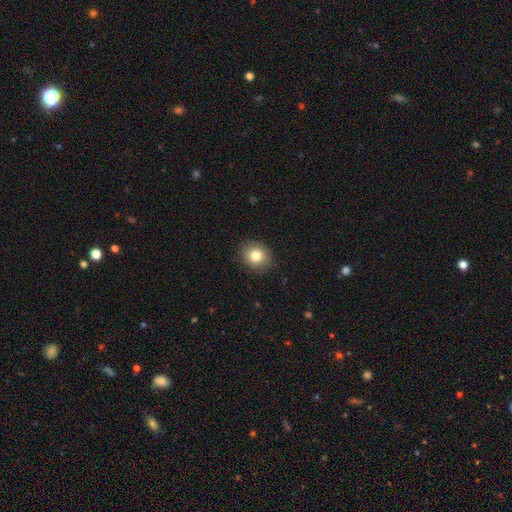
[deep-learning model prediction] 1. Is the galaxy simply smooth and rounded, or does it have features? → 81% smooth, 10% star or artifact, 9% featured or disk.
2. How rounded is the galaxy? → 69% round, 30% in between, 1% cigar-shaped.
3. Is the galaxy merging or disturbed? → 89% none, 8% minor disturbance, 2% major disturbance, 1% merger.